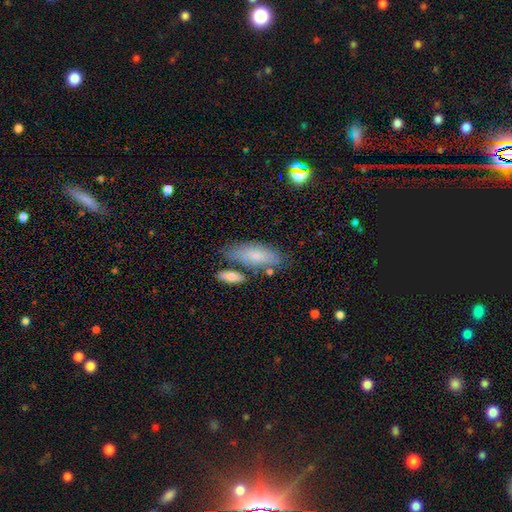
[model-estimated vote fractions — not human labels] This appears to be a smooth galaxy with no disk features (71%) that is in between round and cigar-shaped (77%). Merging: none (64%).